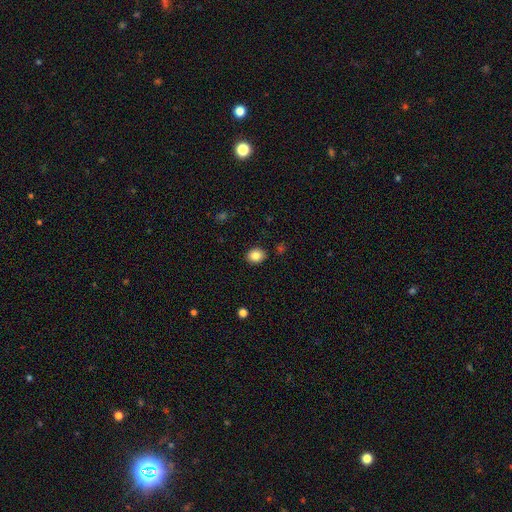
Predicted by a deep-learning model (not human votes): Smooth or featured? smooth (84%)
How rounded? round (59%)
Merging? none (89%)